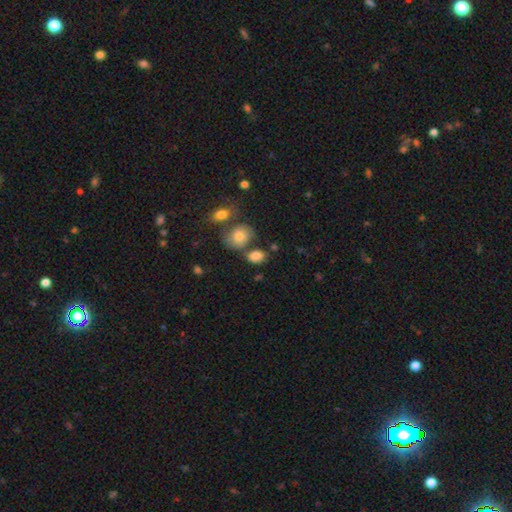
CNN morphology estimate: smooth 84%, star or artifact 9%, featured or disk 8%. Down the decision tree: how rounded — in between (73%); merging — none (59%).